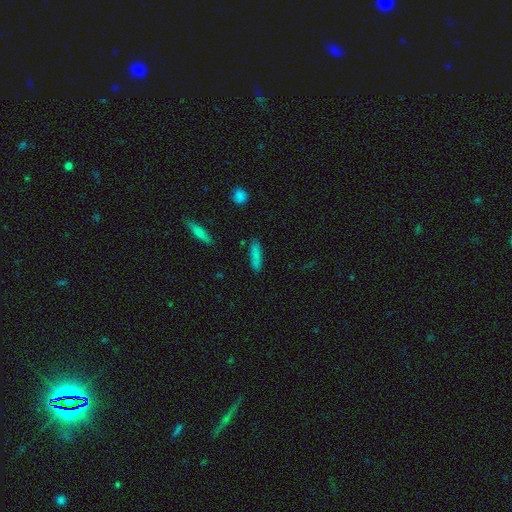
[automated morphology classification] A smooth galaxy with no disk features (81%) that is cigar-shaped (70%).

Vote fractions:
- Smooth or featured? smooth: 81% / featured or disk: 11% / star or artifact: 8%
- How rounded? cigar-shaped: 70% / in between: 28% / round: 2%
- Merging? none: 83% / minor disturbance: 12% / major disturbance: 3% / merger: 3%